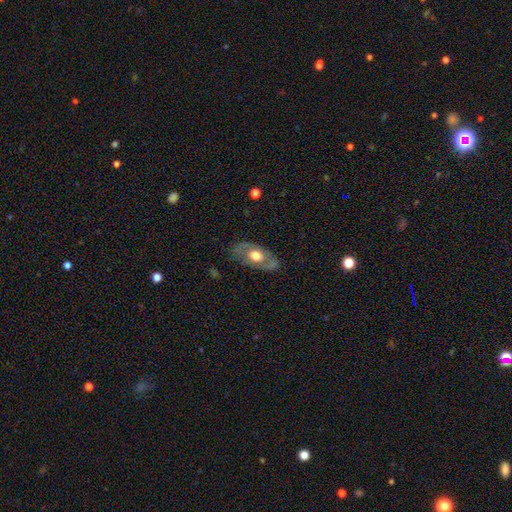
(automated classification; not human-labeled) This appears to be a featured or disk galaxy (53%). Merging: none (78%).